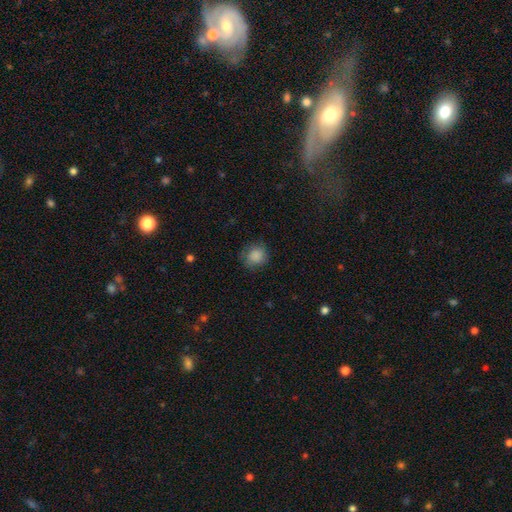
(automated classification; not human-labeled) smooth 86%, star or artifact 8%, featured or disk 5%. Down the decision tree: how rounded — round (87%); merging — none (78%).